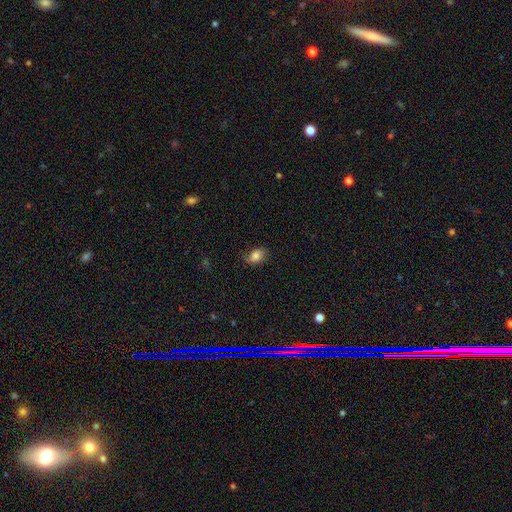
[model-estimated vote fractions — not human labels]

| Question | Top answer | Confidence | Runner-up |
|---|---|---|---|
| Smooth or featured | smooth | 83% | star or artifact (9%) |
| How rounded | in between | 81% | round (18%) |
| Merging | none | 77% | minor disturbance (18%) |